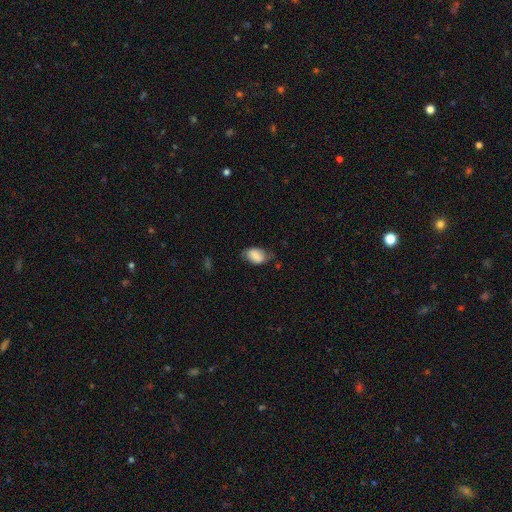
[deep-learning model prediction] Overall: smooth (77%). How rounded: in between (86%). Merging: none (57%; minor disturbance 31%).